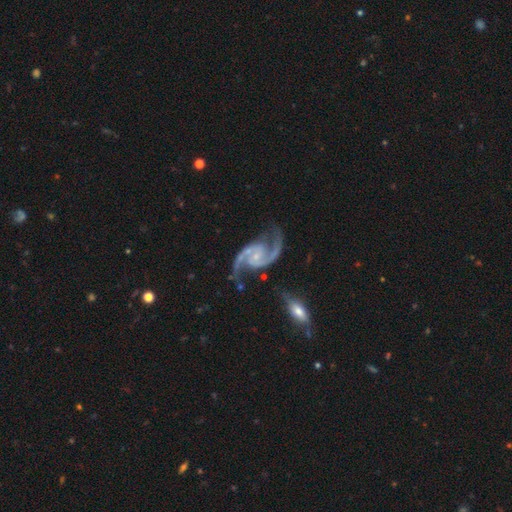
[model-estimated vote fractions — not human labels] A featured or disk galaxy (94%) with no bar (53%), 2 (94%) medium (54%) spiral arms (98%) and a small central bulge (70%).

Vote fractions:
- Smooth or featured? featured or disk: 94% / star or artifact: 4% / smooth: 3%
- Edge-on disk? no: 98% / yes: 2%
- Bar? no: 53% / weak: 35% / strong: 11%
- Spiral arms? yes: 98% / no: 2%
- Spiral winding? medium: 54% / loose: 35% / tight: 10%
- Spiral arm count? 2: 94% / 3: 1% / can't tell: 1% / 1: 1% / 4: 1% / more than 4: 1%
- Bulge size? small: 70% / moderate: 18% / none: 10% / large: 2% / dominant: 1%
- Merging? none: 70% / minor disturbance: 16% / major disturbance: 9% / merger: 6%